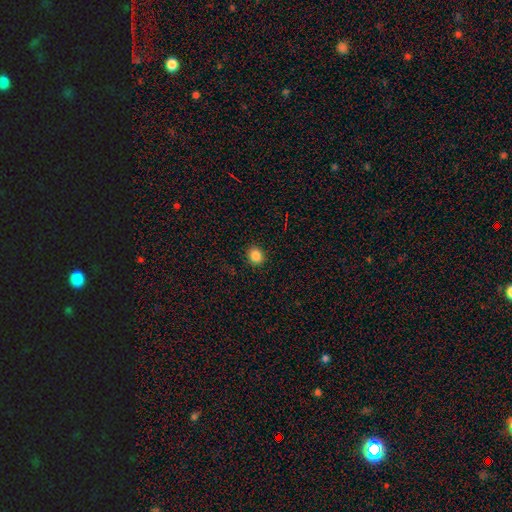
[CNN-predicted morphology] smooth-or-featured: smooth: 85% | star or artifact: 11% | featured or disk: 3%
  how-rounded: round: 77% | in between: 22% | cigar-shaped: 1%
  merging: none: 90% | minor disturbance: 6% | major disturbance: 2% | merger: 1%